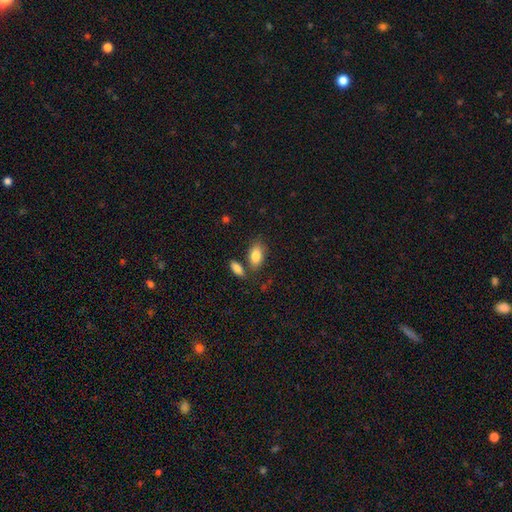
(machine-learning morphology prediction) A smooth galaxy with no disk features (85%) that is in between round and cigar-shaped (91%). Merging: none (70%).